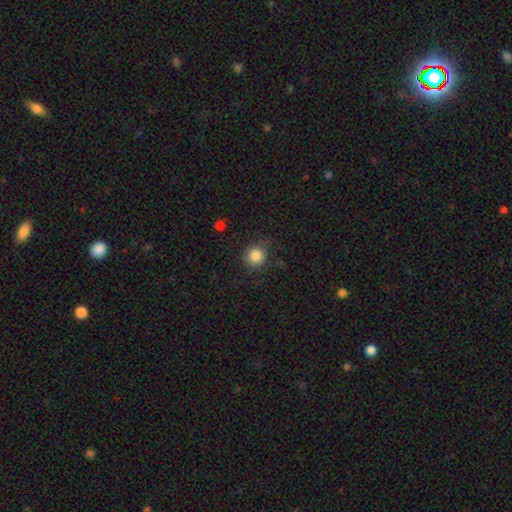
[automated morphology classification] type=smooth (84%); roundness=round (92%); merging=none (79%).